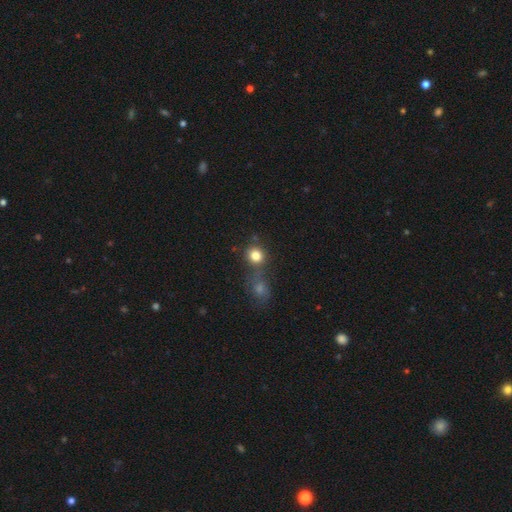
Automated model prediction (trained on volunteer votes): Smooth or featured? smooth (81%)
How rounded? round (85%)
Merging? none (59%)